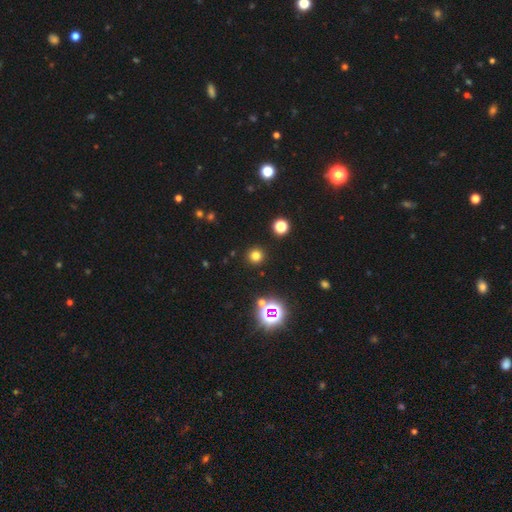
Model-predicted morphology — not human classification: Overall: smooth (73%). How rounded: round (95%). Merging: none (92%).